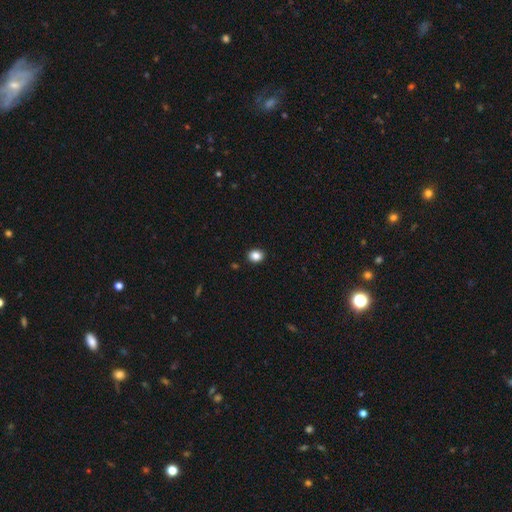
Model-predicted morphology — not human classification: Smooth or featured? Predicted: smooth (p=0.86). How rounded? Predicted: round (p=0.59). Merging? Predicted: none (p=0.91).